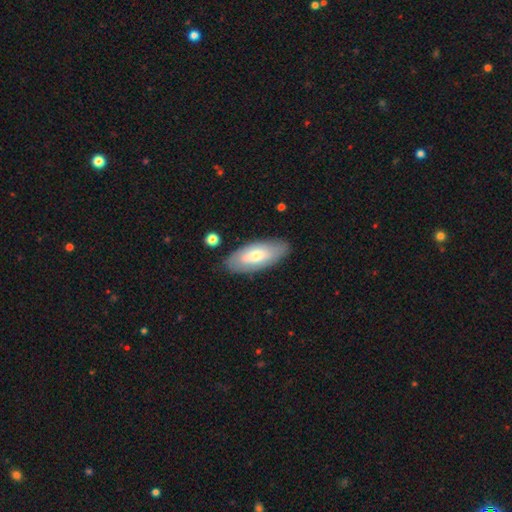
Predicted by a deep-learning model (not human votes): A smooth galaxy with no disk features (60%) that is in between round and cigar-shaped (84%).

Vote fractions:
- Smooth or featured? smooth: 60% / featured or disk: 34% / star or artifact: 6%
- How rounded? in between: 84% / cigar-shaped: 14% / round: 2%
- Merging? none: 82% / minor disturbance: 13% / major disturbance: 3% / merger: 2%